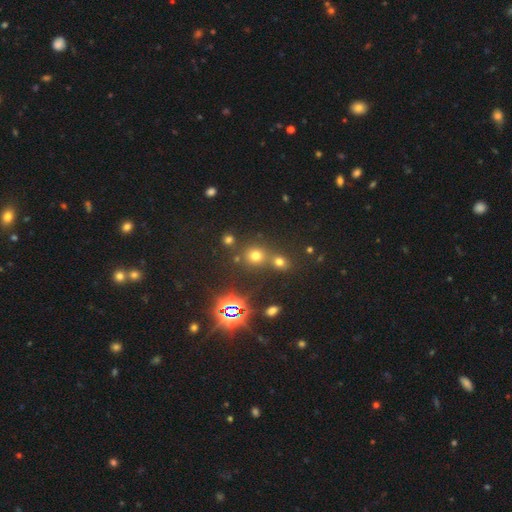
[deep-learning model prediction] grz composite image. It shows a smooth galaxy with no disk features (58%) that is round (84%). Merging: none (59%).